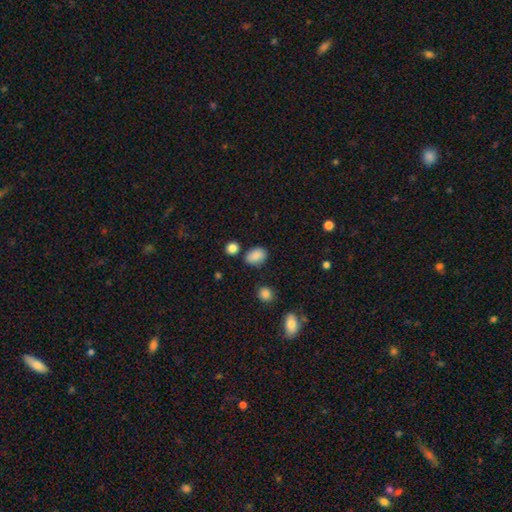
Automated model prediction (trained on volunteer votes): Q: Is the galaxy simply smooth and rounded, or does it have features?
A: smooth — 84%.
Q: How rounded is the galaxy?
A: in between — 65%.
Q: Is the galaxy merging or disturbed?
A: none — 73%.